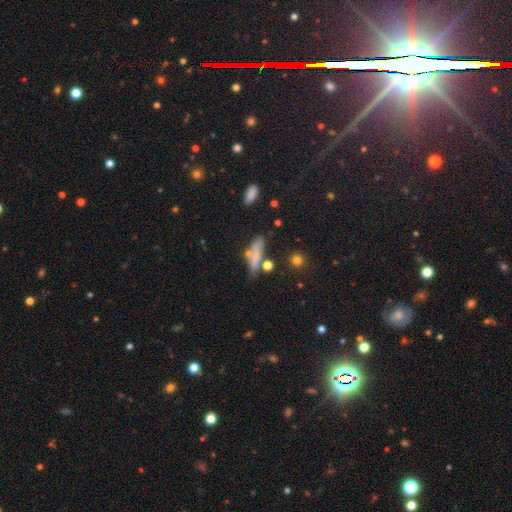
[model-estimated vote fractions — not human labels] A smooth galaxy with no disk features (63%) that is cigar-shaped (58%). Merging: none (53%).